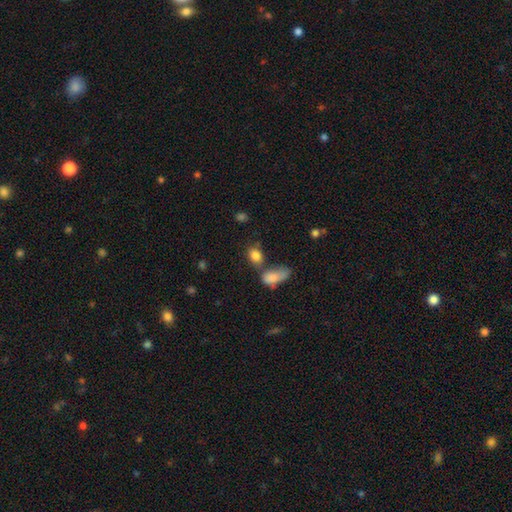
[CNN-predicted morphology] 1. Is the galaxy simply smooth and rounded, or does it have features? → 83% smooth, 10% star or artifact, 7% featured or disk.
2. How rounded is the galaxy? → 66% in between, 31% round, 3% cigar-shaped.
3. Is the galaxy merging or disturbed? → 51% none, 27% merger, 15% minor disturbance, 7% major disturbance.